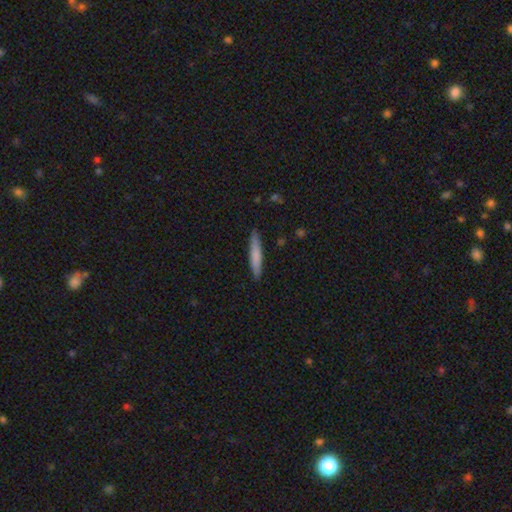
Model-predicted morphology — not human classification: Q: Smooth or featured?
A: smooth (75%); runner-up: featured or disk (20%)
Q: How rounded?
A: cigar-shaped (93%); runner-up: in between (6%)
Q: Merging?
A: none (89%); runner-up: minor disturbance (8%)